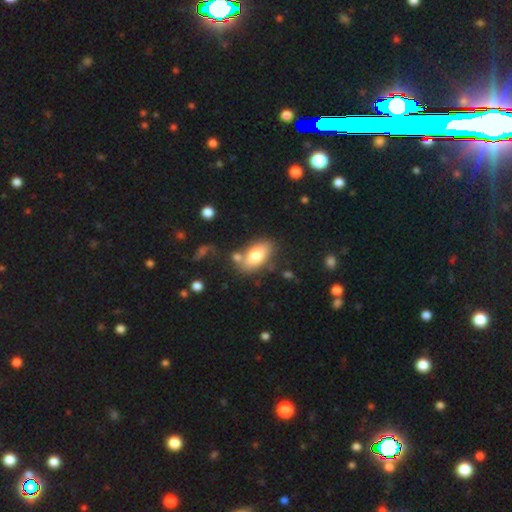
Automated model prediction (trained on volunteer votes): Overall: smooth (74%). How rounded: in between (90%). Merging: none (68%).